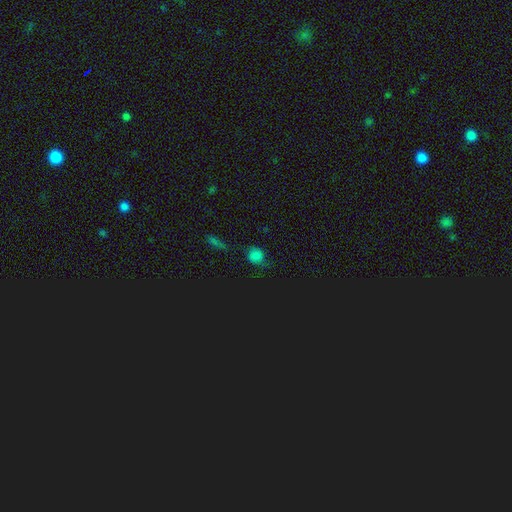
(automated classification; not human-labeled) smooth_or_featured: smooth (p=0.58) [alt: star or artifact p=0.31]
how_rounded: round (p=0.73) [alt: in between p=0.24]
merging: none (p=0.64) [alt: minor disturbance p=0.22]